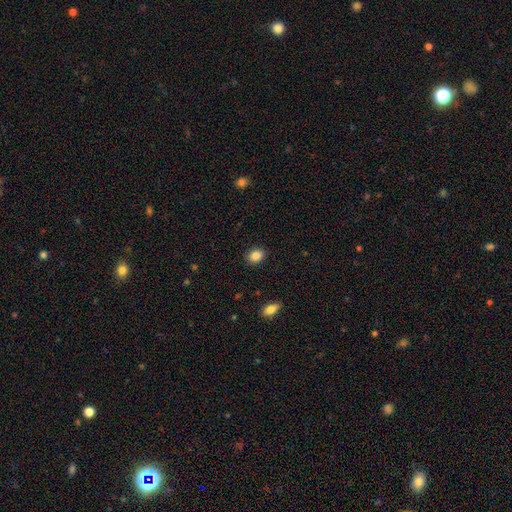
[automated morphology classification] Q: Smooth or featured?
A: smooth (87%); runner-up: star or artifact (9%)
Q: How rounded?
A: in between (52%); runner-up: round (47%)
Q: Merging?
A: none (89%); runner-up: minor disturbance (8%)